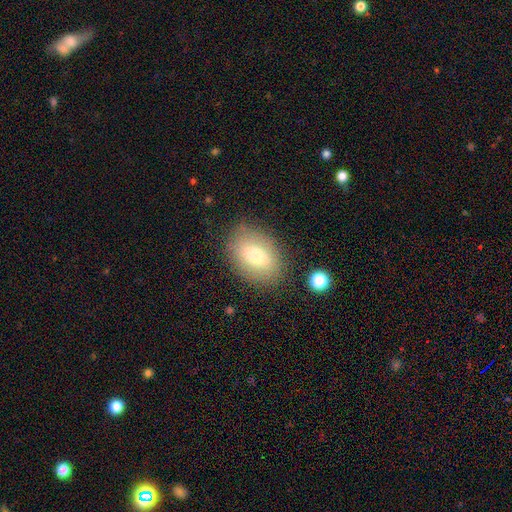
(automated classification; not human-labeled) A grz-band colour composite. It shows a smooth galaxy with no disk features (76%) that is in between round and cigar-shaped (82%). Merging: none (80%).